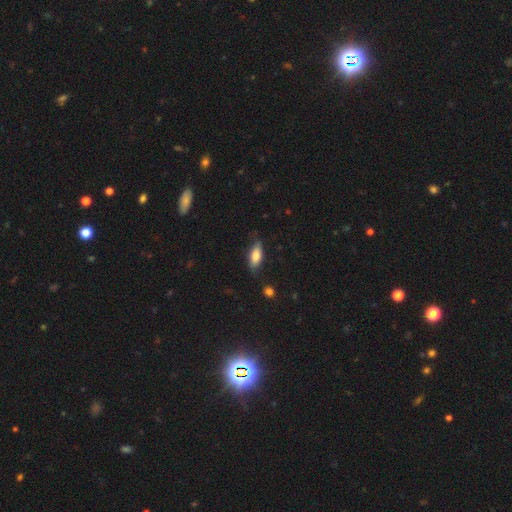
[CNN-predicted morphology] A smooth galaxy with no disk features (74%) that is in between round and cigar-shaped (77%).

Vote fractions:
- Smooth or featured? smooth: 74% / featured or disk: 20% / star or artifact: 7%
- How rounded? in between: 77% / cigar-shaped: 20% / round: 3%
- Merging? none: 68% / minor disturbance: 24% / major disturbance: 6% / merger: 2%